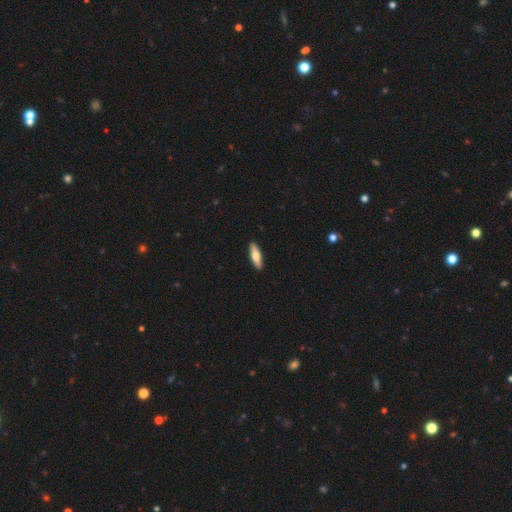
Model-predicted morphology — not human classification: Overall: smooth (71%). How rounded: cigar-shaped (60%; in between 38%). Merging: none (90%).